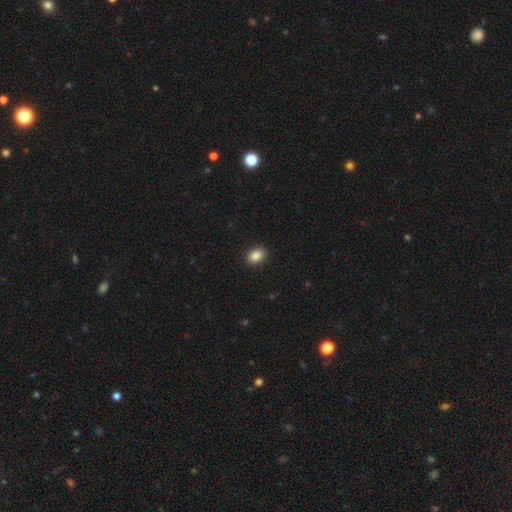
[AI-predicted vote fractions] Morphology: type=smooth (87%); roundness=in between (70%); merging=none (91%).